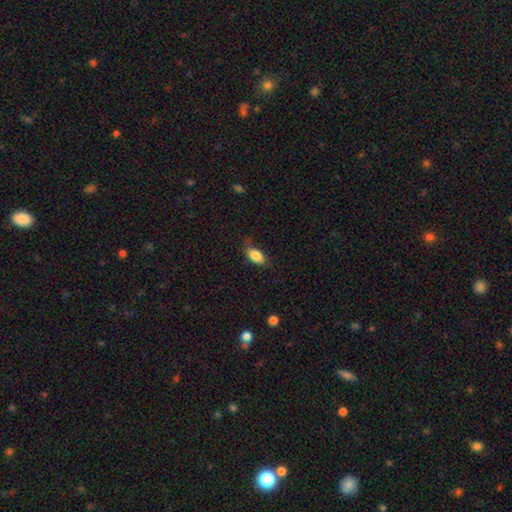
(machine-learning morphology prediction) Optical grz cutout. It shows a smooth galaxy with no disk features (84%) that is in between round and cigar-shaped (90%). Merging: none (64%).